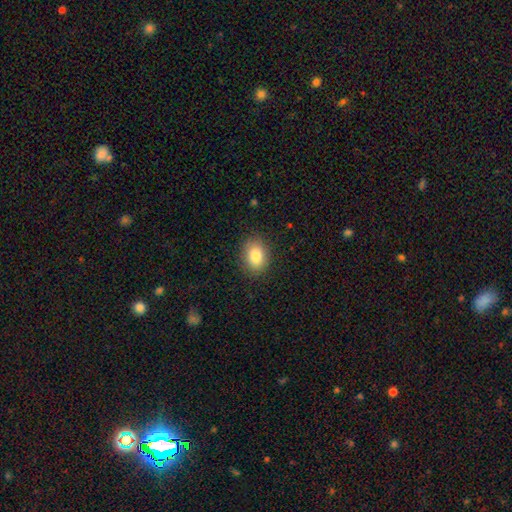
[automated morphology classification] This is clearly a smooth galaxy (84%). How rounded: likely in between (71%). Merging: clearly none (87%).